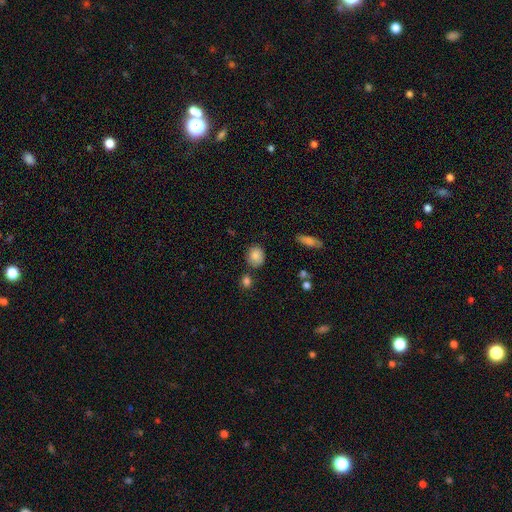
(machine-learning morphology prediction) smooth_or_featured: smooth (p=0.85) [alt: star or artifact p=0.09]
how_rounded: round (p=0.62) [alt: in between p=0.36]
merging: none (p=0.75) [alt: minor disturbance p=0.15]